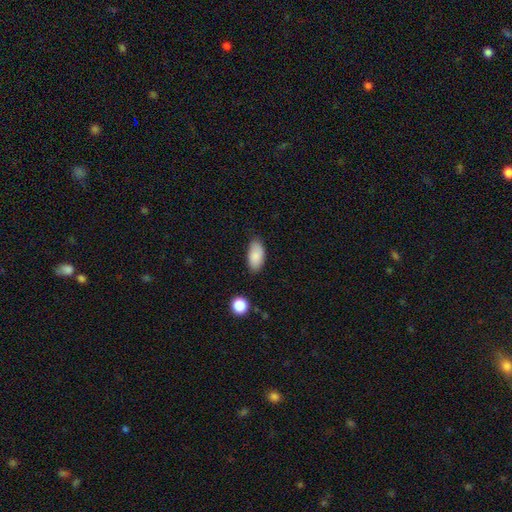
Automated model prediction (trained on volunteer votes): Smooth or featured?
  - smooth: 87% *
  - star or artifact: 7%
  - featured or disk: 6%
How rounded?
  - in between: 92% *
  - cigar-shaped: 5%
  - round: 3%
Merging?
  - none: 80% *
  - minor disturbance: 16%
  - major disturbance: 3%
  - merger: 2%